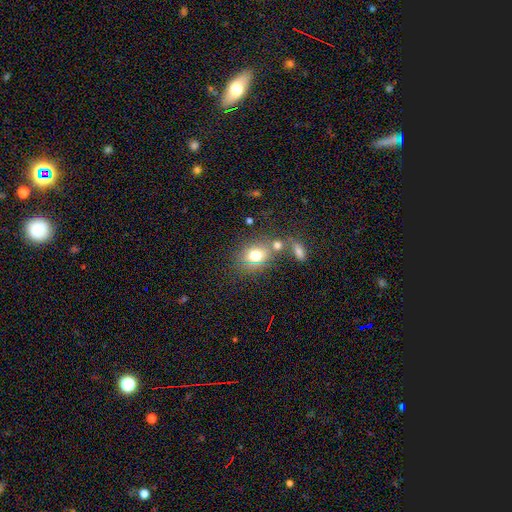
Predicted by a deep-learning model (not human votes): Smooth or featured? smooth (71%)
How rounded? in between (57%)
Merging? none (56%)